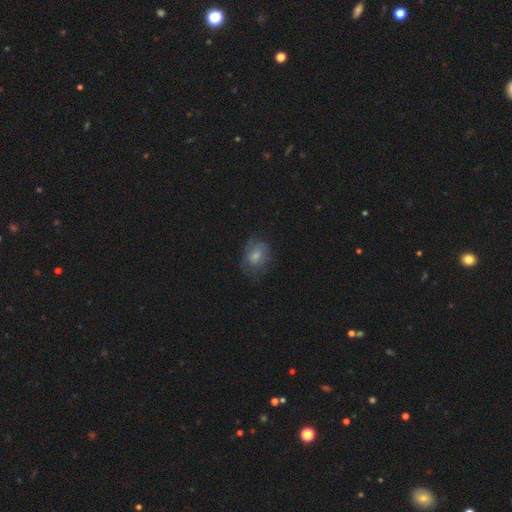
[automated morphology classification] smooth_or_featured: smooth (p=0.63) [alt: featured or disk p=0.28]
how_rounded: in between (p=0.61) [alt: round p=0.38]
merging: none (p=0.55) [alt: minor disturbance p=0.27]